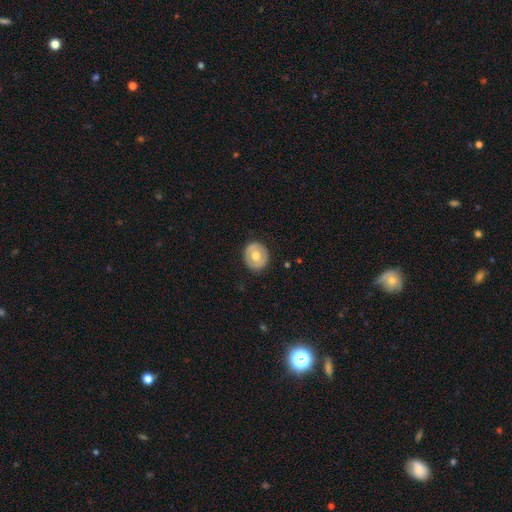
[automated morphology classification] Smooth or featured: smooth — 54% (featured or disk — 40%)
How rounded: round — 85% (in between — 14%)
Merging: none — 89% (minor disturbance — 8%)